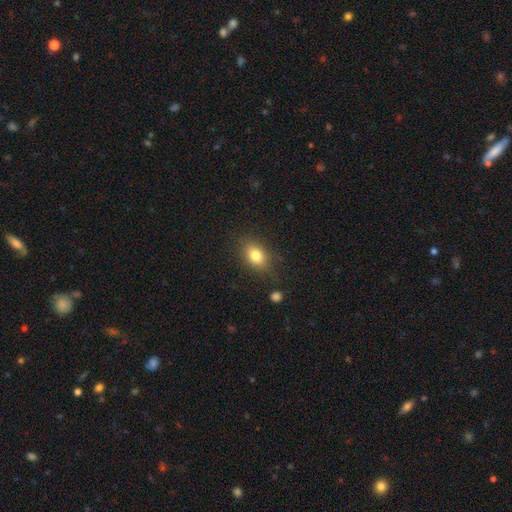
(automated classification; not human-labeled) This is clearly a smooth galaxy (80%). How rounded: likely in between (78%). Merging: likely none (79%).